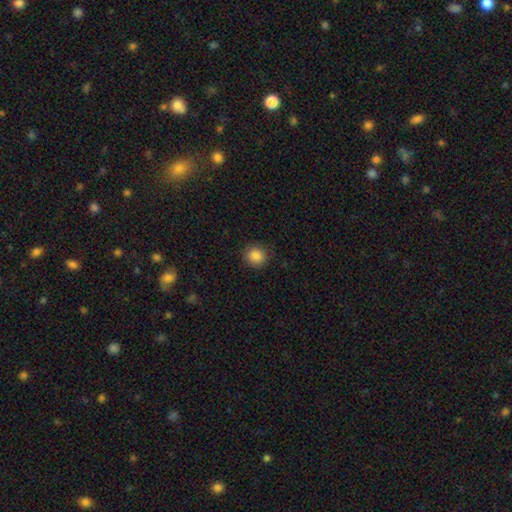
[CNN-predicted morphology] The model was most divided on "how rounded": round: 87%, in between: 12%, cigar-shaped: 1%. More confident: merging — none (90%); smooth or featured — smooth (86%).